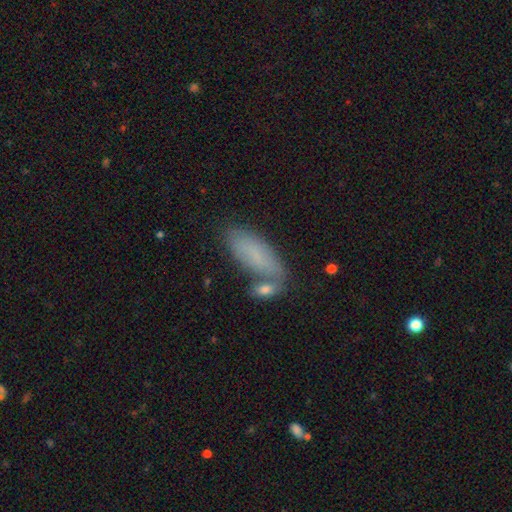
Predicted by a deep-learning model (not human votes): The model was most divided on "merging": none: 55%, merger: 21%, minor disturbance: 18%, major disturbance: 6%. More confident: smooth or featured — smooth (75%); how rounded — in between (72%).